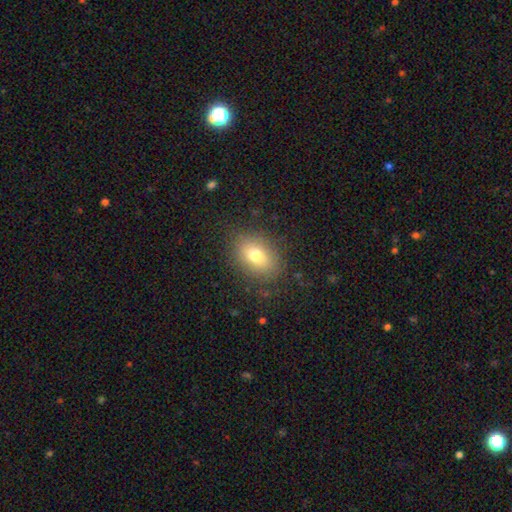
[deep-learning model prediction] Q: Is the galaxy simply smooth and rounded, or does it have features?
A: smooth — 74%.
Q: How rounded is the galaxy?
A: in between — 68%.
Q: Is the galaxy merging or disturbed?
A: none — 82%.